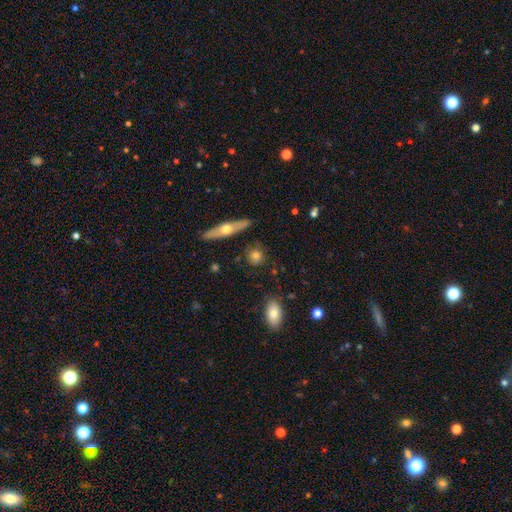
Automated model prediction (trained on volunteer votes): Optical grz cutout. It shows a smooth galaxy with no disk features (72%) that is round (74%). Merging: none (83%).